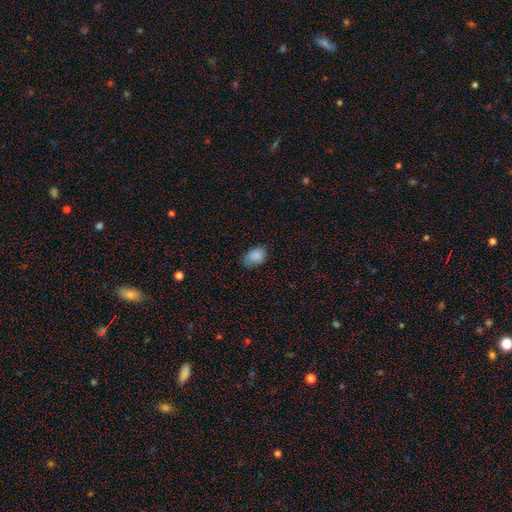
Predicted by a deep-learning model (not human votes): Morphology: type=smooth (86%); roundness=in between (73%); merging=none (68%).